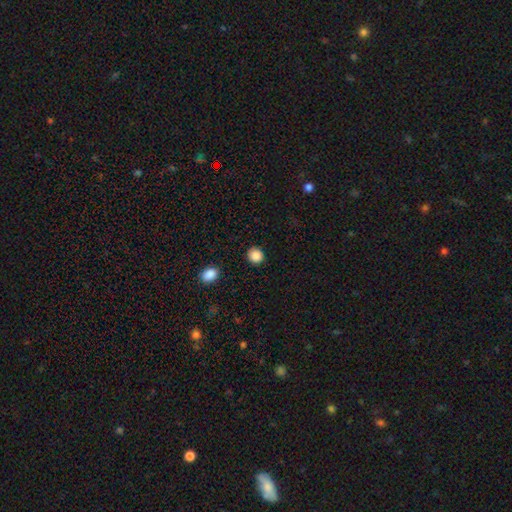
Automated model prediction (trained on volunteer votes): Morphology: type=smooth (88%); roundness=round (86%); merging=none (90%).